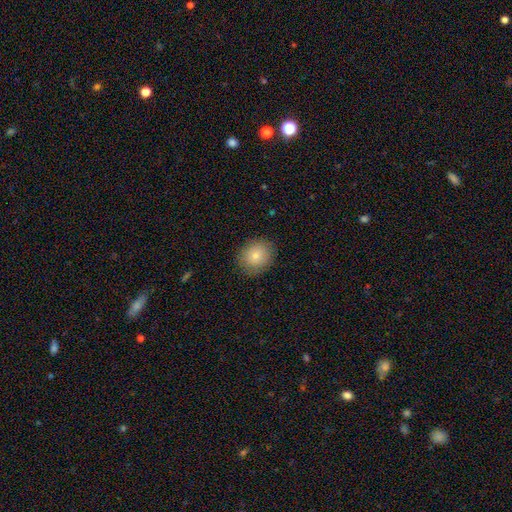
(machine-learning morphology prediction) Smooth or featured? smooth (79%)
How rounded? round (70%)
Merging? none (86%)